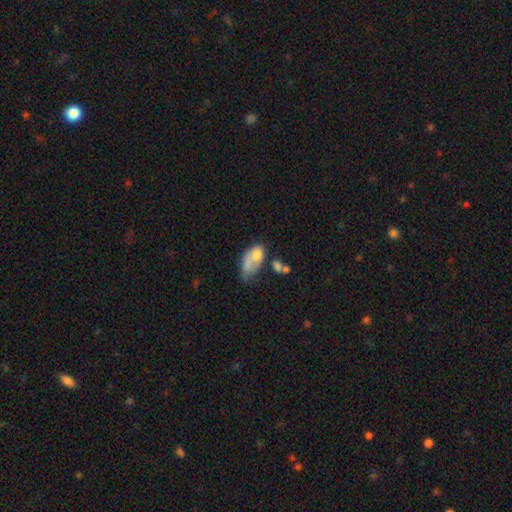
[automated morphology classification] The model was most divided on "merging": merger: 33%, major disturbance: 29%, minor disturbance: 20%, none: 17%. More confident: how rounded — in between (87%); smooth or featured — smooth (64%).